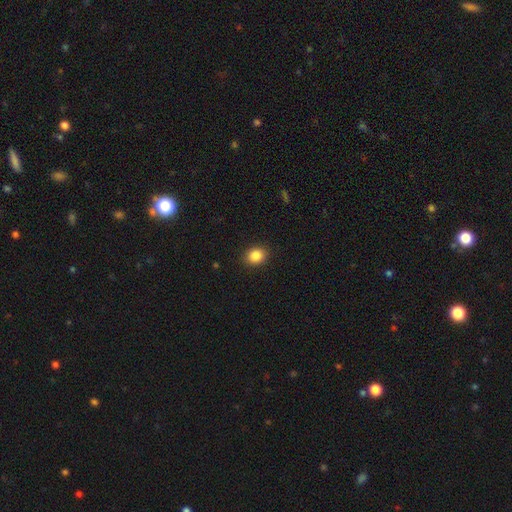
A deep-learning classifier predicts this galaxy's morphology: Smooth or featured?
  - smooth: 87% *
  - star or artifact: 9%
  - featured or disk: 4%
How rounded?
  - round: 55% *
  - in between: 44%
  - cigar-shaped: 1%
Merging?
  - none: 90% *
  - minor disturbance: 7%
  - major disturbance: 2%
  - merger: 1%